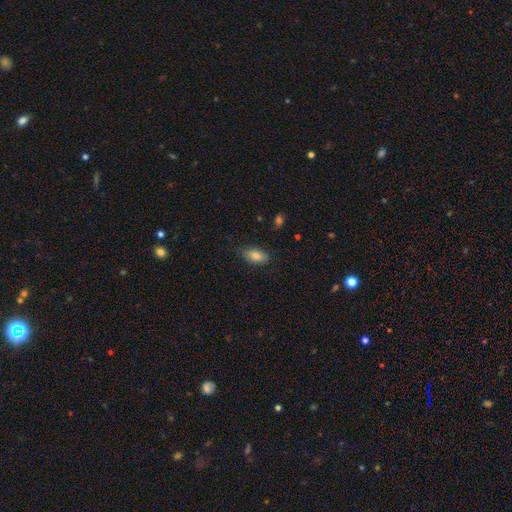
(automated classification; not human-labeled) Q: Smooth or featured?
A: smooth (82%); runner-up: featured or disk (11%)
Q: How rounded?
A: in between (91%); runner-up: cigar-shaped (5%)
Q: Merging?
A: none (75%); runner-up: minor disturbance (19%)